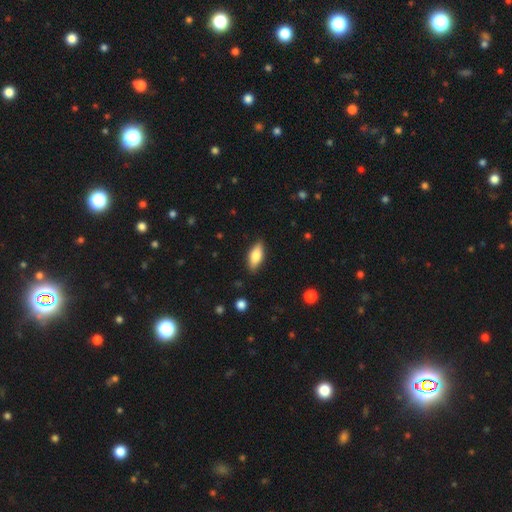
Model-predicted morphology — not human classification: This appears to be a smooth galaxy with no disk features (77%) that is in between round and cigar-shaped (79%). Merging: none (86%).